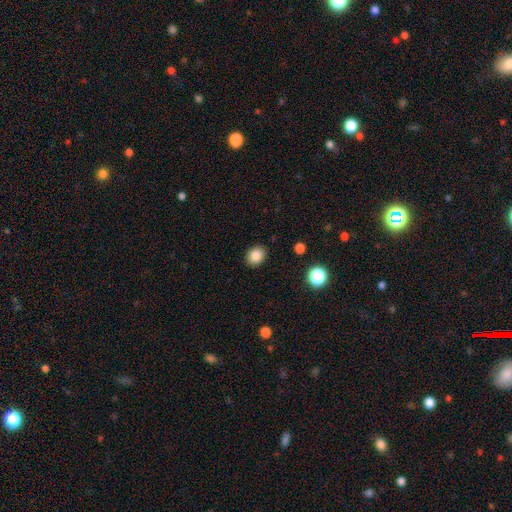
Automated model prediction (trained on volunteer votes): Q: Smooth or featured?
A: smooth (84%); runner-up: star or artifact (10%)
Q: How rounded?
A: round (58%); runner-up: in between (41%)
Q: Merging?
A: none (90%); runner-up: minor disturbance (7%)